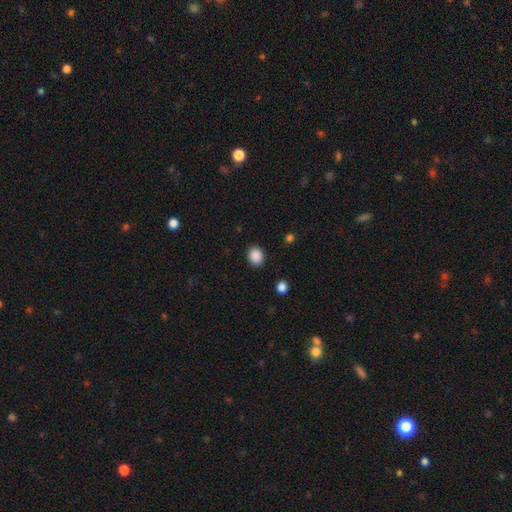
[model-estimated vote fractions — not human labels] A smooth galaxy with no disk features (88%) that is round (61%).

Vote fractions:
- Smooth or featured? smooth: 88% / star or artifact: 9% / featured or disk: 3%
- How rounded? round: 61% / in between: 38% / cigar-shaped: 1%
- Merging? none: 89% / minor disturbance: 7% / major disturbance: 2% / merger: 1%